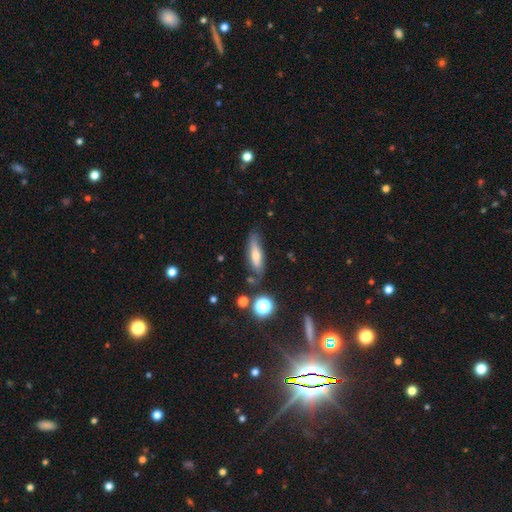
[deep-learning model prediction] Smooth or featured?
  - smooth: 53% *
  - featured or disk: 35%
  - star or artifact: 11%
How rounded?
  - cigar-shaped: 59% *
  - in between: 37%
  - round: 3%
Merging?
  - none: 73% *
  - minor disturbance: 18%
  - major disturbance: 5%
  - merger: 4%